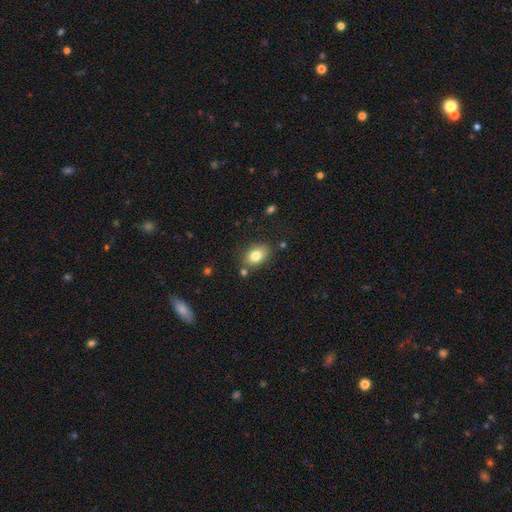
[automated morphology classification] Smooth or featured? Predicted: smooth (p=0.81). How rounded? Predicted: in between (p=0.81). Merging? Predicted: none (p=0.77).